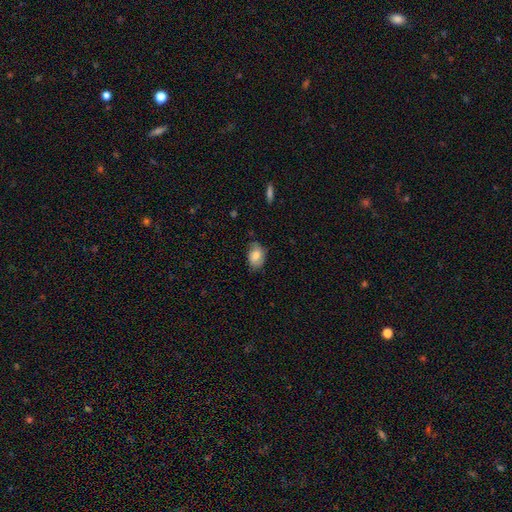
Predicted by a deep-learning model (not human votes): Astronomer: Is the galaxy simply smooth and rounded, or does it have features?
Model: smooth — 79%.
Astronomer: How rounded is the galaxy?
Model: in between — 82%.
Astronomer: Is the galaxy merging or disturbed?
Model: none — 69%.